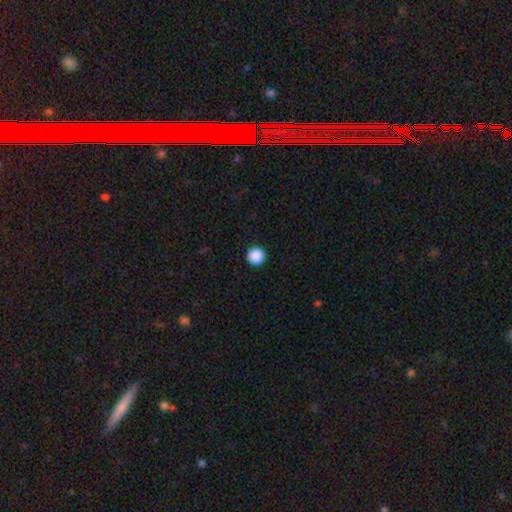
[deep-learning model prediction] A smooth galaxy with no disk features (89%) that is round (97%). Merging: none (94%).